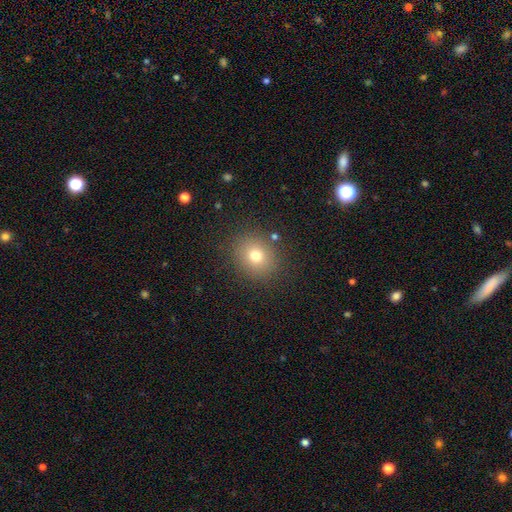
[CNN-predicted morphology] Q: Smooth or featured?
A: smooth (74%); runner-up: star or artifact (15%)
Q: How rounded?
A: round (78%); runner-up: in between (21%)
Q: Merging?
A: none (86%); runner-up: minor disturbance (8%)